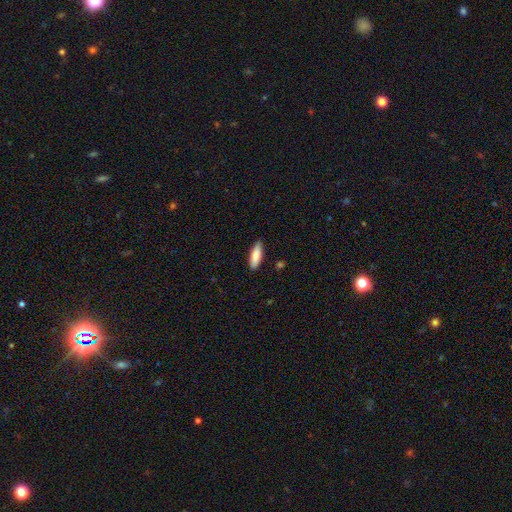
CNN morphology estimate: A smooth galaxy with no disk features (82%) that is in between round and cigar-shaped (53%).

Vote fractions:
- Smooth or featured? smooth: 82% / featured or disk: 12% / star or artifact: 6%
- How rounded? in between: 53% / cigar-shaped: 45% / round: 2%
- Merging? none: 85% / minor disturbance: 12% / major disturbance: 2% / merger: 1%